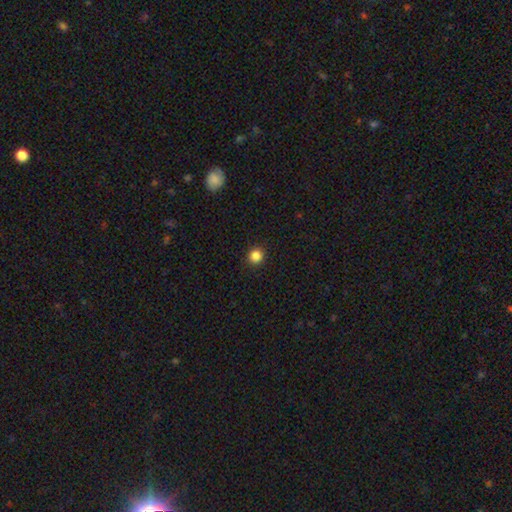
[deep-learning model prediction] Morphology: type=smooth (85%); roundness=round (93%); merging=none (93%).